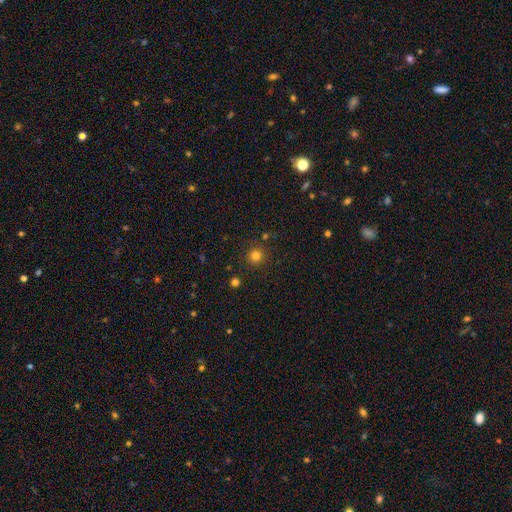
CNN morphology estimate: Smooth or featured? smooth (80%)
How rounded? round (93%)
Merging? none (88%)